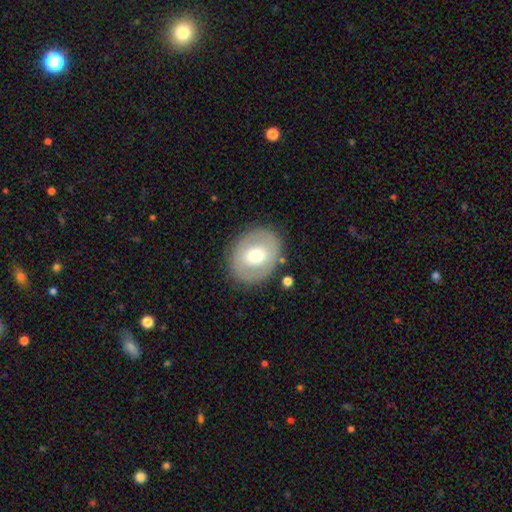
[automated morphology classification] Smooth or featured?
  - smooth: 52% *
  - featured or disk: 41%
  - star or artifact: 7%
How rounded?
  - round: 53% *
  - in between: 46%
  - cigar-shaped: 1%
Merging?
  - none: 83% *
  - minor disturbance: 10%
  - major disturbance: 4%
  - merger: 2%